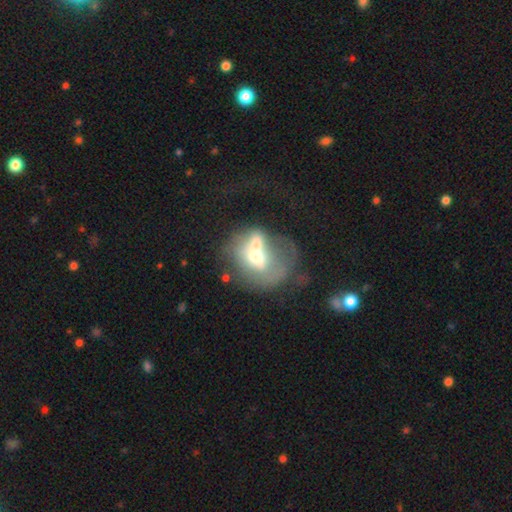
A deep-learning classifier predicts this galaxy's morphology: This appears to be a featured or disk galaxy (47%). Merging: merger (48%).